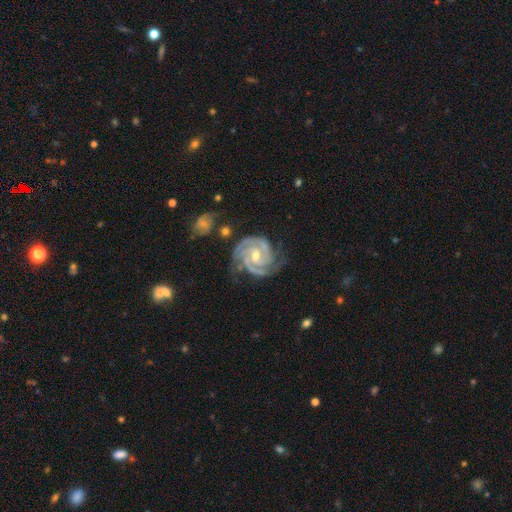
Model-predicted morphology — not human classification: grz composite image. It shows a featured or disk galaxy (93%) with no bar (52%), 3 (49%) tight (76%) spiral arms (99%) and a moderate central bulge (54%). Merging: none (69%).